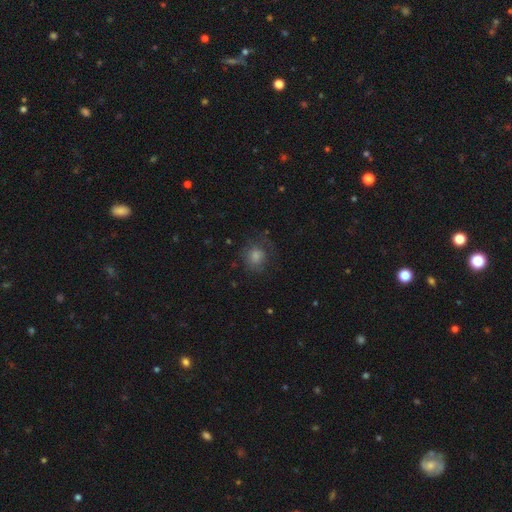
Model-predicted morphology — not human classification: Smooth or featured? Predicted: smooth (p=0.57). How rounded? Predicted: round (p=0.80). Merging? Predicted: none (p=0.68).